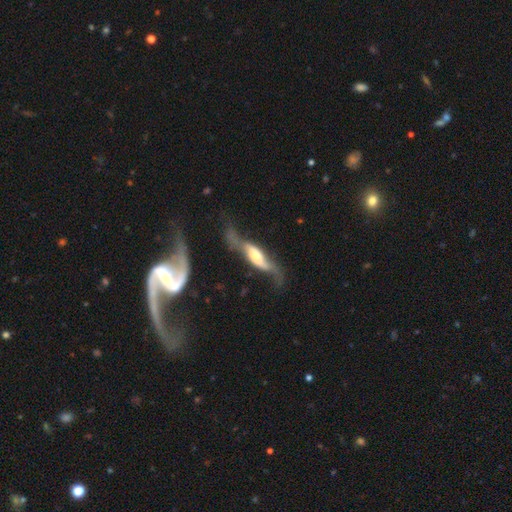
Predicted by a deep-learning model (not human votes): Q: Smooth or featured?
A: featured or disk (73%); runner-up: smooth (21%)
Q: Edge-on disk?
A: no (53%); runner-up: yes (47%)
Q: Merging?
A: none (44%); runner-up: major disturbance (26%)